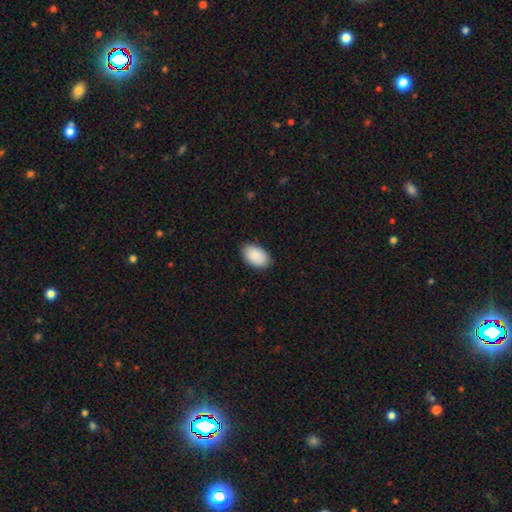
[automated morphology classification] smooth 91%, star or artifact 6%, featured or disk 3%. Down the decision tree: how rounded — in between (93%); merging — none (87%).